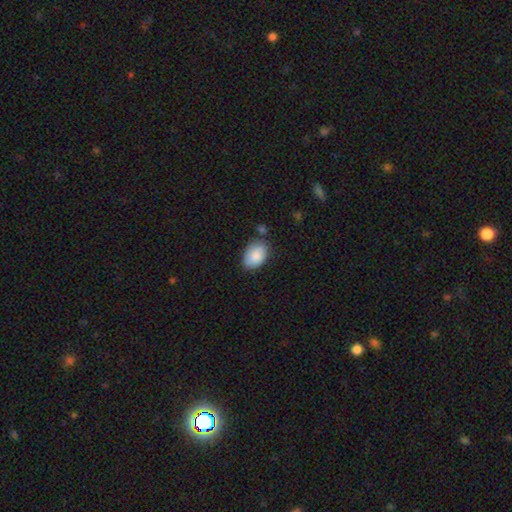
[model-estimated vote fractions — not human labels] This is clearly a smooth galaxy (88%). How rounded: clearly in between (89%). Merging: likely none (70%).